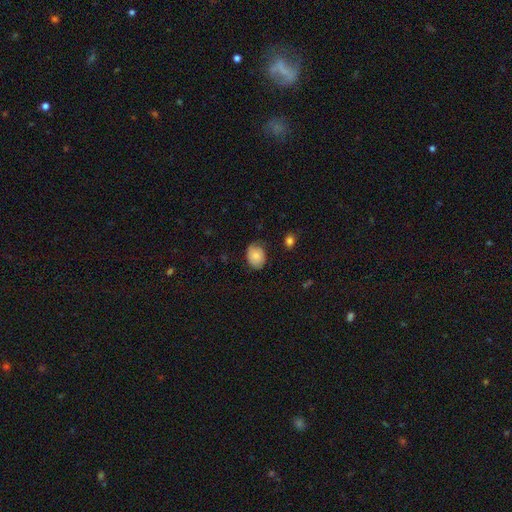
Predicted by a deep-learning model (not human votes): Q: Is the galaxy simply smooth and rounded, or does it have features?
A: smooth — 77%.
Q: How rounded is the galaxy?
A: in between — 64%.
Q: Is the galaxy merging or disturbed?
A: none — 66%.